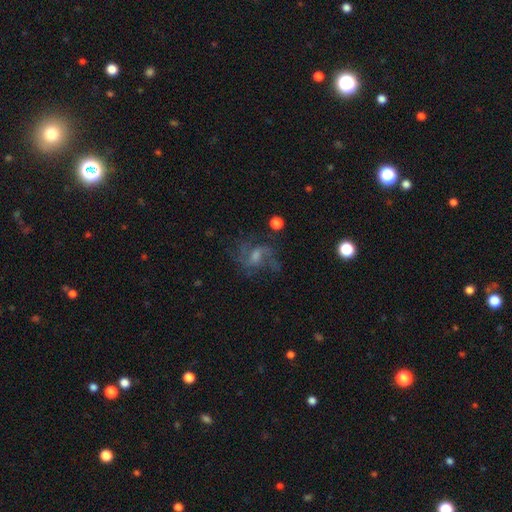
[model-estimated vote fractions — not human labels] This appears to be a featured or disk galaxy (70%) with a weak bar (50%), 2 (39%) medium (44%) spiral arms (88%) and a moderate central bulge (41%). Merging: none (61%).